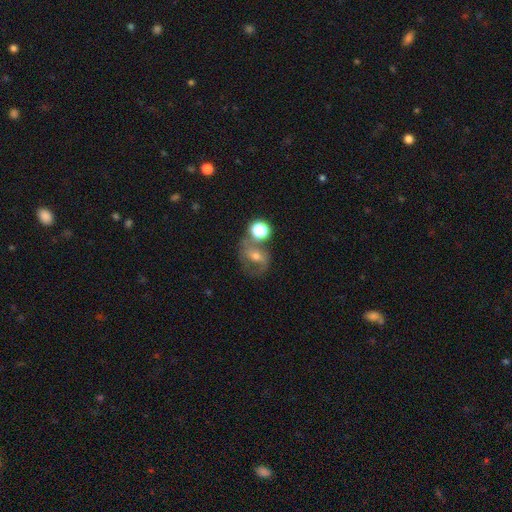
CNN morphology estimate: Smooth or featured?
  - featured or disk: 60% *
  - smooth: 27%
  - star or artifact: 13%
Edge-on disk?
  - no: 96% *
  - yes: 4%
Bar?
  - weak: 39% *
  - strong: 33%
  - no: 27%
Spiral arms?
  - yes: 79% *
  - no: 21%
Bulge size?
  - moderate: 52% *
  - small: 40%
  - large: 5%
  - none: 2%
  - dominant: 1%
Merging?
  - none: 55% *
  - merger: 20%
  - minor disturbance: 15%
  - major disturbance: 10%